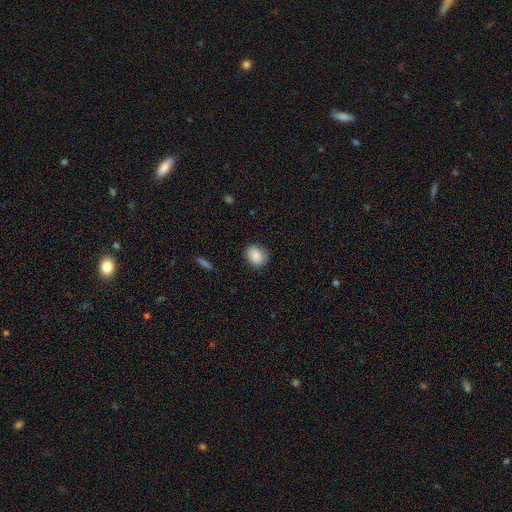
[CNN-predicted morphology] This is clearly a smooth galaxy (87%). How rounded: possibly round (54%). Merging: clearly none (82%).